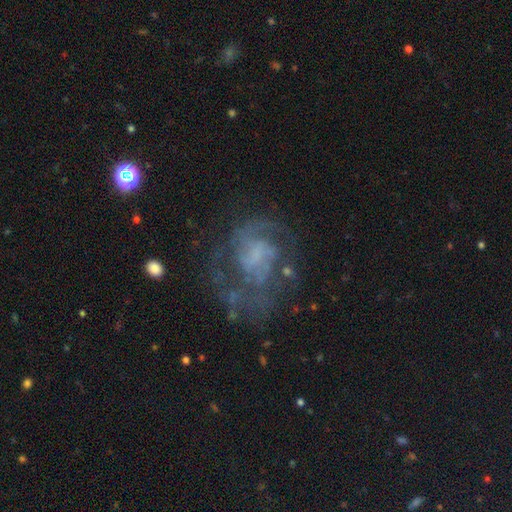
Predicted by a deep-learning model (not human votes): smooth-or-featured: featured or disk: 76% | smooth: 12% | star or artifact: 12%
  disk-edge-on: no: 98% | yes: 2%
    bar: no: 58% | weak: 34% | strong: 8%
    has-spiral-arms: yes: 83% | no: 17%
      spiral-winding: medium: 45% | tight: 36% | loose: 19%
      spiral-arm-count: 2: 48% | can't tell: 28% | 3: 10% | 1: 8% | 4: 4% | more than 4: 3%
    bulge-size: none: 53% | small: 23% | moderate: 16% | large: 6% | dominant: 1%
  merging: none: 57% | major disturbance: 22% | minor disturbance: 18% | merger: 3%